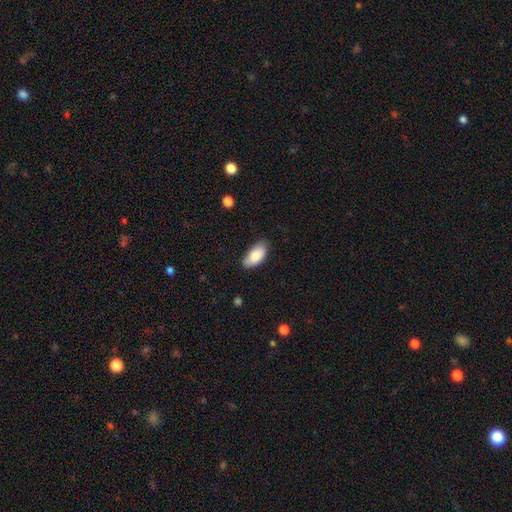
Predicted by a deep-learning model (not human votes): A smooth galaxy with no disk features (83%) that is in between round and cigar-shaped (94%).

Vote fractions:
- Smooth or featured? smooth: 83% / featured or disk: 10% / star or artifact: 6%
- How rounded? in between: 94% / cigar-shaped: 4% / round: 2%
- Merging? none: 77% / minor disturbance: 19% / major disturbance: 3% / merger: 1%